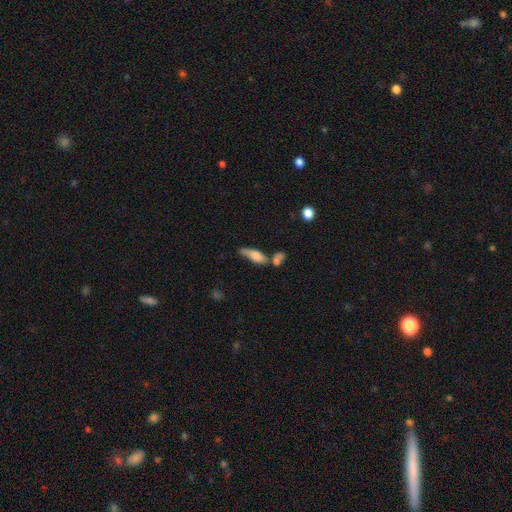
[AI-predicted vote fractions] smooth-or-featured: smooth: 65% | featured or disk: 27% | star or artifact: 8%
  how-rounded: in between: 57% | cigar-shaped: 39% | round: 4%
  merging: none: 39% | merger: 28% | minor disturbance: 22% | major disturbance: 11%